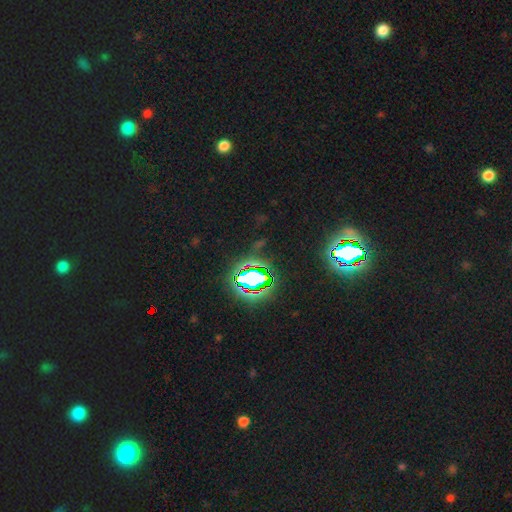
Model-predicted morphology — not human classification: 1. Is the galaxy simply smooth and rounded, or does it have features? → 82% star or artifact, 11% smooth, 7% featured or disk.